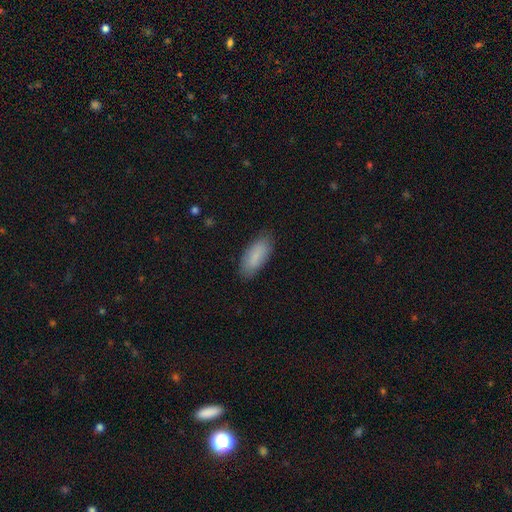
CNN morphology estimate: Smooth or featured: smooth — 85% (featured or disk — 9%)
How rounded: in between — 81% (cigar-shaped — 17%)
Merging: none — 84% (minor disturbance — 13%)